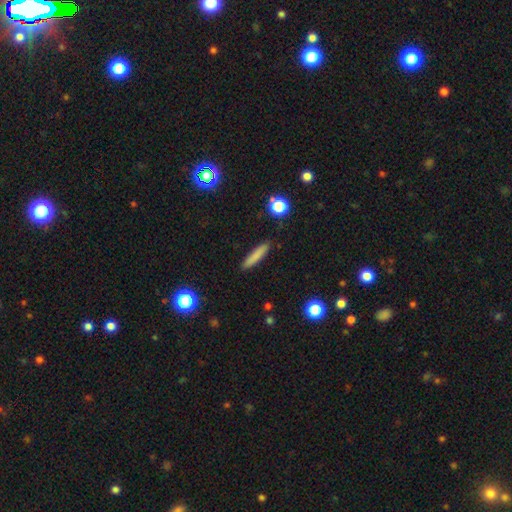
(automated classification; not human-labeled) Smooth or featured? smooth (80%)
How rounded? cigar-shaped (89%)
Merging? none (89%)